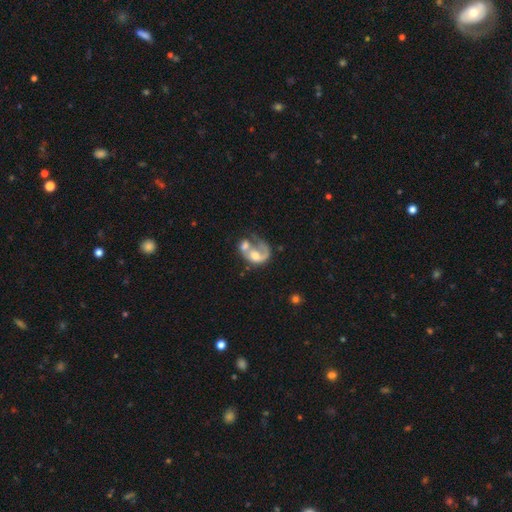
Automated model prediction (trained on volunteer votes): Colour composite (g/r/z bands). It shows a featured or disk galaxy (66%) with no bar (74%), spiral arms (70%) and a moderate central bulge (52%). Merging: merger (54%).